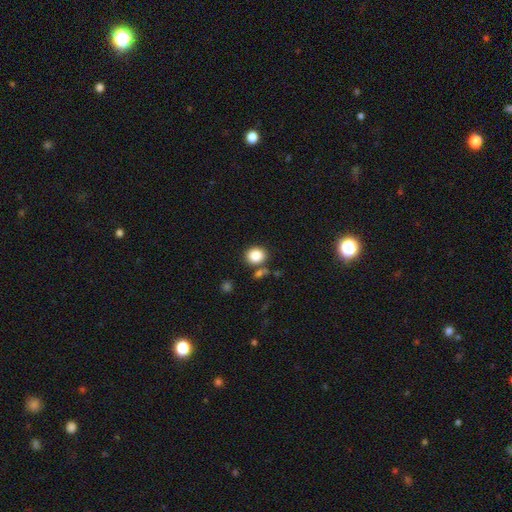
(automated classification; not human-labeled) Smooth or featured: smooth — 86% (star or artifact — 10%)
How rounded: round — 73% (in between — 26%)
Merging: none — 76% (minor disturbance — 11%)